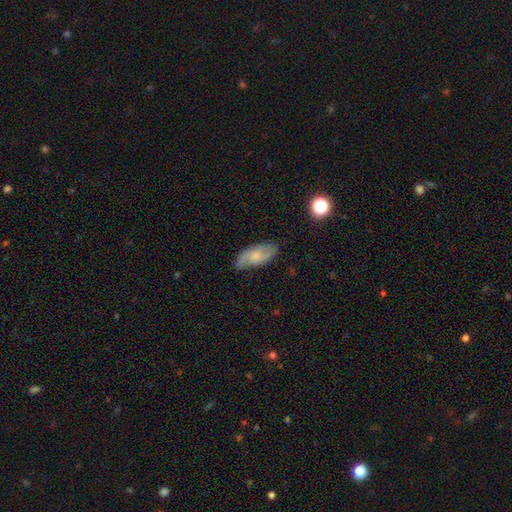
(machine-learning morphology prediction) A smooth galaxy with no disk features (54%) that is in between round and cigar-shaped (86%). Merging: none (76%).